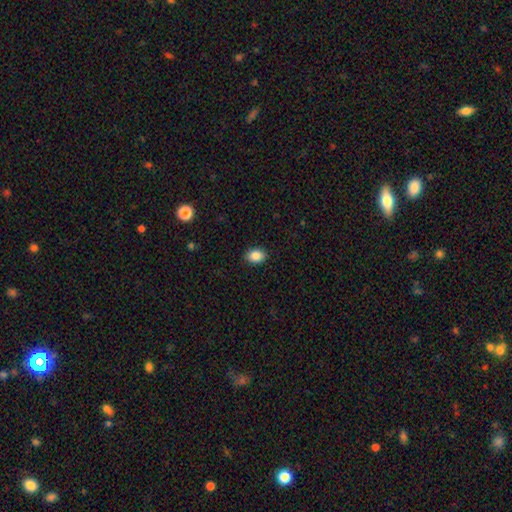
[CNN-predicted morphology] The model was most divided on "how rounded": in between: 68%, round: 31%, cigar-shaped: 1%. More confident: merging — none (89%); smooth or featured — smooth (87%).